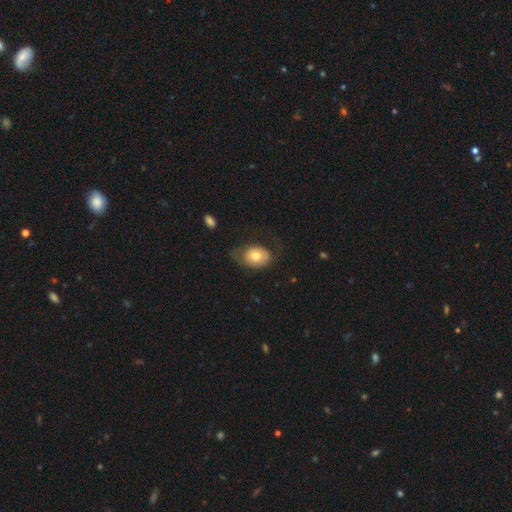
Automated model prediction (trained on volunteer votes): smooth_or_featured: smooth (p=0.69) [alt: featured or disk p=0.24]
how_rounded: in between (p=0.68) [alt: round p=0.31]
merging: none (p=0.44) [alt: minor disturbance p=0.28]